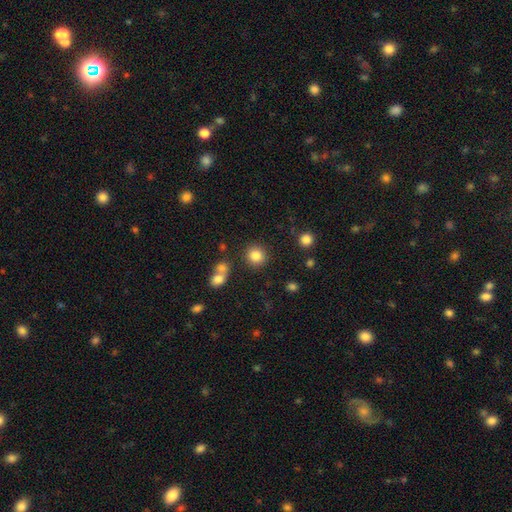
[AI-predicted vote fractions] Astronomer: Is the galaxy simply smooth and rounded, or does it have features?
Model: smooth — 83%.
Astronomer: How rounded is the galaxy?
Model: round — 90%.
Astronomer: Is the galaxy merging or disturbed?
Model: none — 85%.